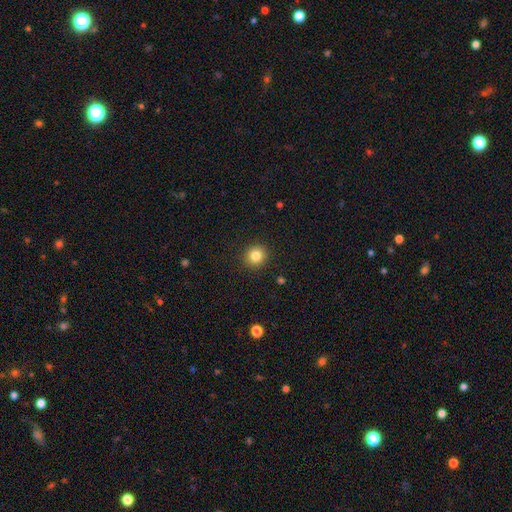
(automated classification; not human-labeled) Q: Smooth or featured?
A: smooth (83%); runner-up: star or artifact (11%)
Q: How rounded?
A: round (90%); runner-up: in between (9%)
Q: Merging?
A: none (92%); runner-up: minor disturbance (6%)